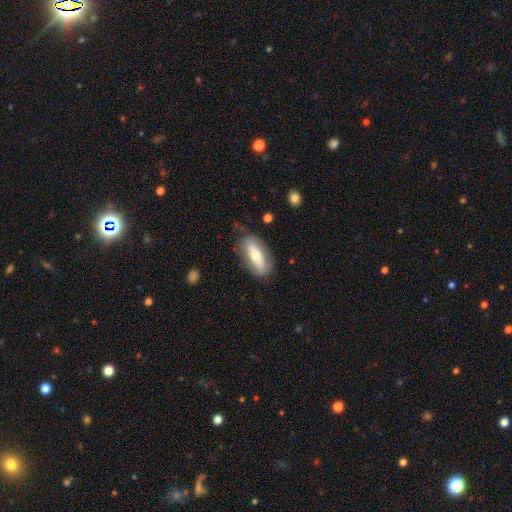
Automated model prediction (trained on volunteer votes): Smooth or featured: smooth — 55% (featured or disk — 39%)
How rounded: in between — 72% (cigar-shaped — 25%)
Merging: none — 76% (minor disturbance — 17%)